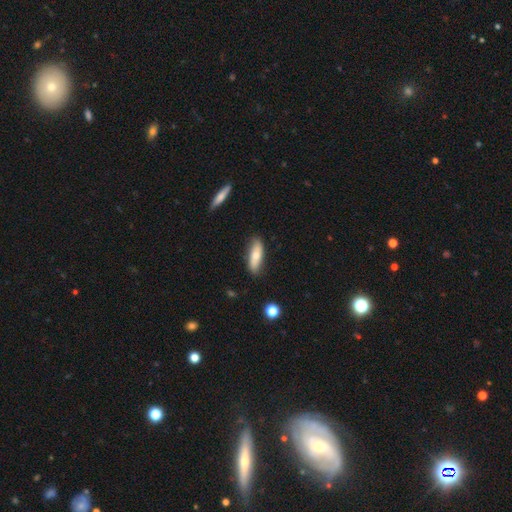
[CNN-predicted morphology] smooth_or_featured: smooth (p=0.66) [alt: featured or disk p=0.28]
how_rounded: in between (p=0.59) [alt: cigar-shaped p=0.38]
merging: none (p=0.82) [alt: minor disturbance p=0.14]